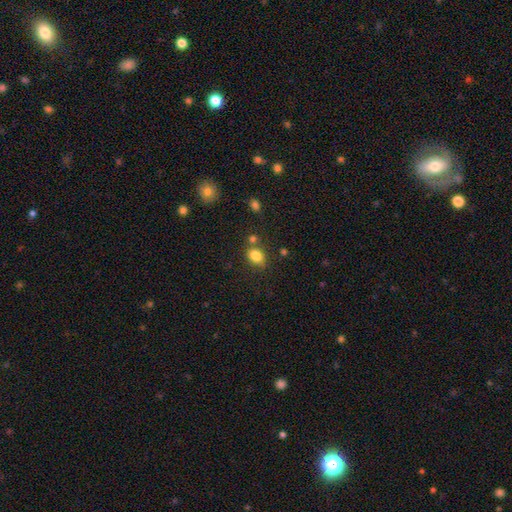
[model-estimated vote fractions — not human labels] Smooth or featured: smooth — 83% (star or artifact — 10%)
How rounded: in between — 68% (round — 31%)
Merging: none — 69% (minor disturbance — 14%)